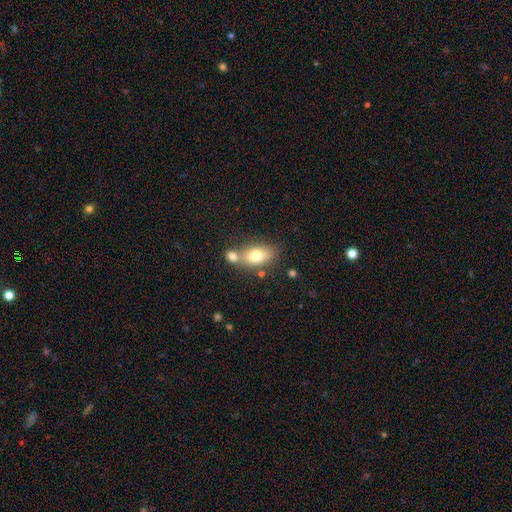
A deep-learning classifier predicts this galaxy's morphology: This is likely a smooth galaxy (76%). How rounded: clearly in between (85%). Merging: possibly none (50%).